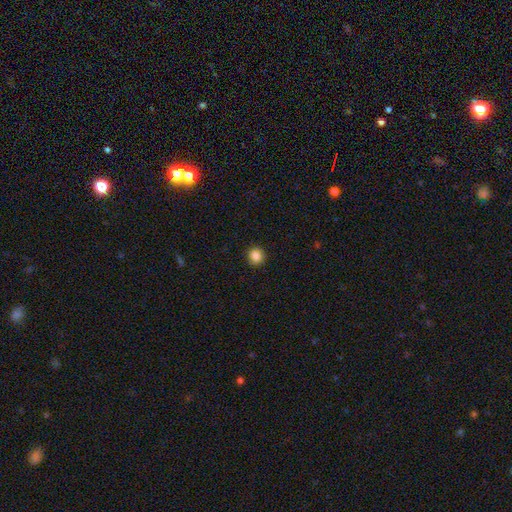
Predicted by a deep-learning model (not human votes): A smooth galaxy with no disk features (87%) that is round (89%). Merging: none (90%).